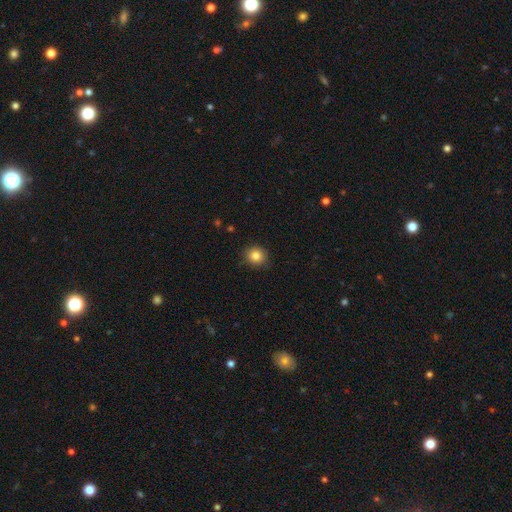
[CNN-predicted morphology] A smooth galaxy with no disk features (83%) that is round (88%).

Vote fractions:
- Smooth or featured? smooth: 83% / star or artifact: 11% / featured or disk: 6%
- How rounded? round: 88% / in between: 11% / cigar-shaped: 1%
- Merging? none: 88% / minor disturbance: 9% / major disturbance: 2% / merger: 1%